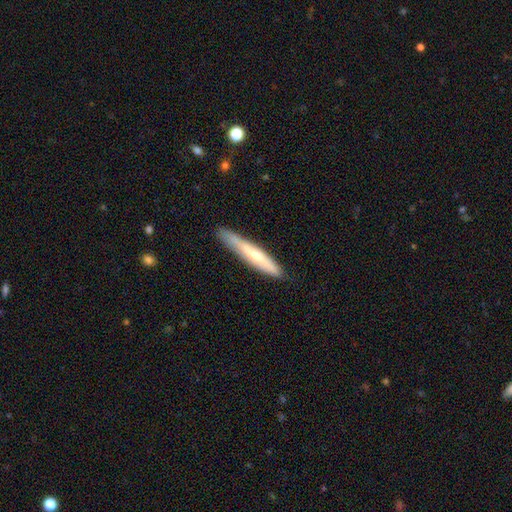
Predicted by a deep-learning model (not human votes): Overall: smooth (55%; featured or disk 40%). How rounded: cigar-shaped (93%). Merging: none (78%).